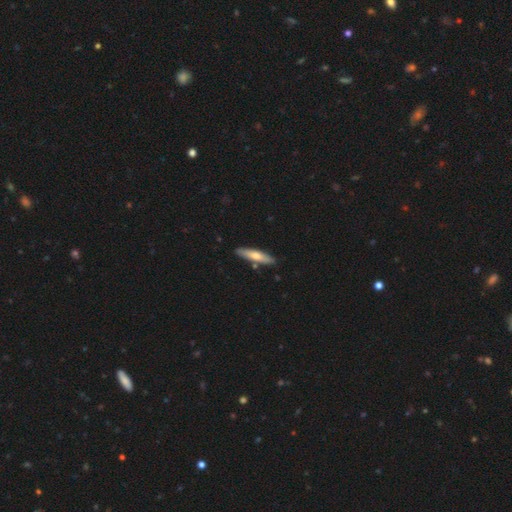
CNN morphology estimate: Smooth or featured: smooth — 58% (featured or disk — 36%)
How rounded: cigar-shaped — 81% (in between — 17%)
Merging: none — 85% (minor disturbance — 10%)